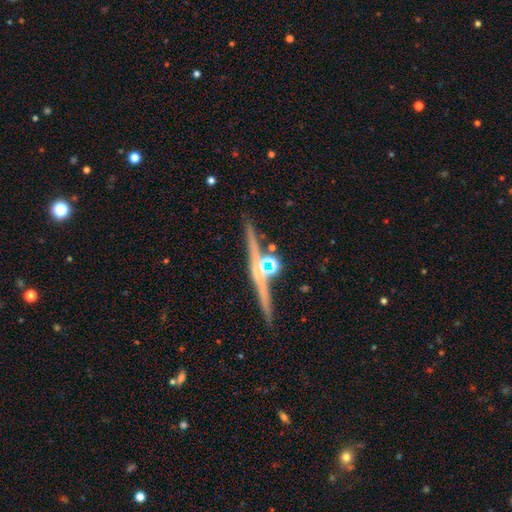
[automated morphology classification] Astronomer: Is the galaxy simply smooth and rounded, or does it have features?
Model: featured or disk — 49% (runner-up: star or artifact, 28%).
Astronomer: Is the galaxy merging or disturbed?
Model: none — 78%.